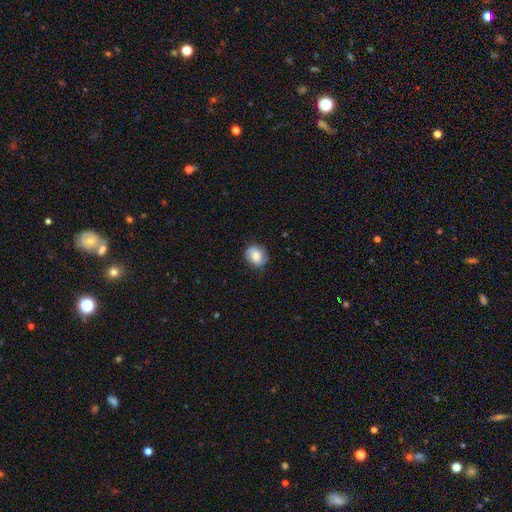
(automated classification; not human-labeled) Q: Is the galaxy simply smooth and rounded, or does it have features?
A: smooth — 70%.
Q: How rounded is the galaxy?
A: round — 64%.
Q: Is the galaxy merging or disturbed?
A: none — 75%.